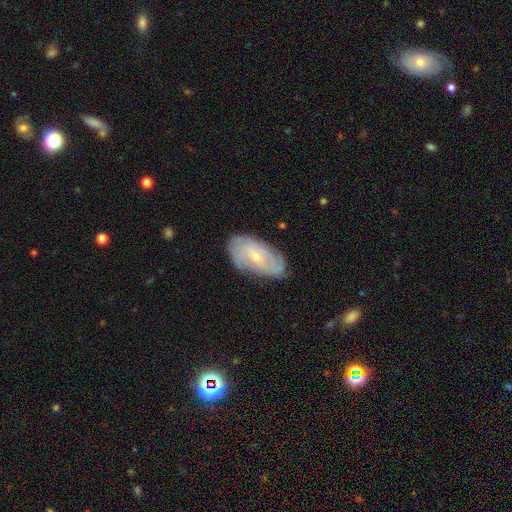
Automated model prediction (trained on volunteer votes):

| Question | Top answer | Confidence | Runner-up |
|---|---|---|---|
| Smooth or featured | featured or disk | 71% | smooth (22%) |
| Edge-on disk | no | 94% | yes (6%) |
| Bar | no | 67% | weak (28%) |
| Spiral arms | yes | 89% | no (11%) |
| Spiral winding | tight | 61% | medium (28%) |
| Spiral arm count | can't tell | 46% | 2 (17%) |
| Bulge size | small | 79% | moderate (18%) |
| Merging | none | 77% | minor disturbance (17%) |